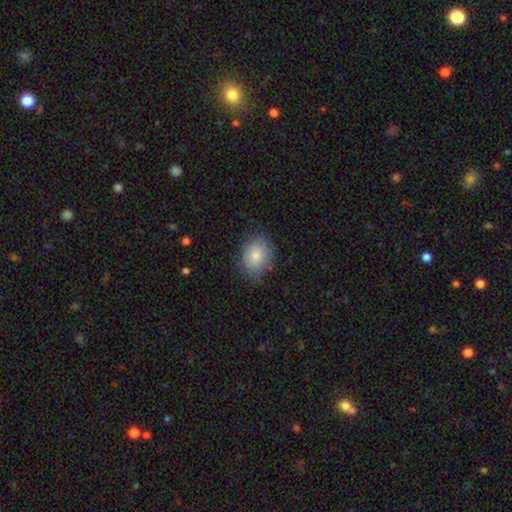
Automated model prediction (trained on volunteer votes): Q: Smooth or featured?
A: smooth (83%); runner-up: featured or disk (9%)
Q: How rounded?
A: in between (54%); runner-up: round (46%)
Q: Merging?
A: none (77%); runner-up: minor disturbance (17%)